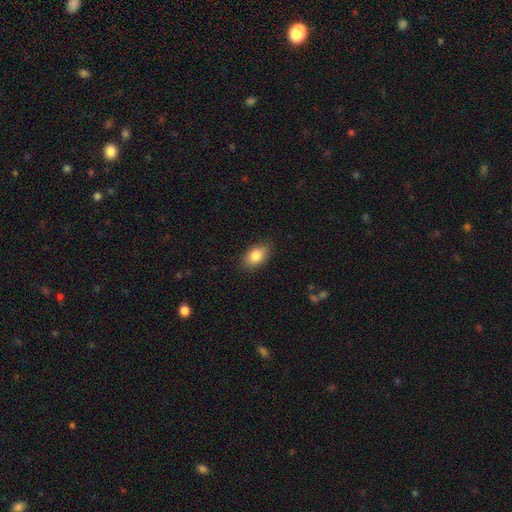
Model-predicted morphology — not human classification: A smooth galaxy with no disk features (83%) that is in between round and cigar-shaped (89%).

Vote fractions:
- Smooth or featured? smooth: 83% / featured or disk: 9% / star or artifact: 8%
- How rounded? in between: 89% / round: 9% / cigar-shaped: 2%
- Merging? none: 87% / minor disturbance: 10% / major disturbance: 2% / merger: 1%